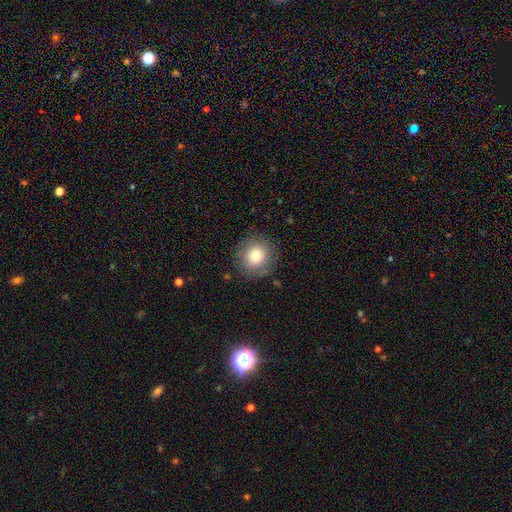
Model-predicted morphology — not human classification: This appears to be a smooth galaxy with no disk features (75%) that is round (91%). Merging: none (85%).